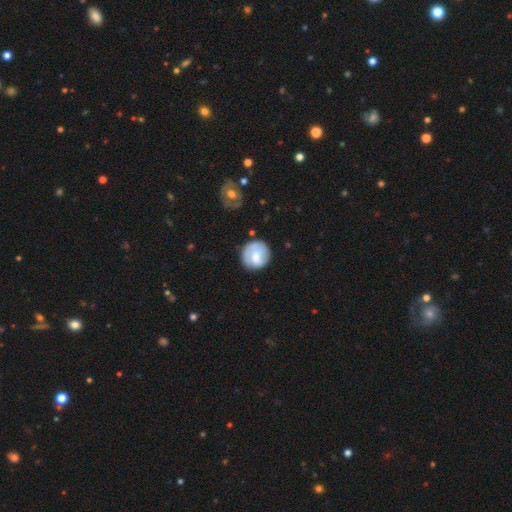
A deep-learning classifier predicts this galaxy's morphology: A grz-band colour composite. It shows a smooth galaxy with no disk features (62%) that is round (88%). Merging: none (71%).